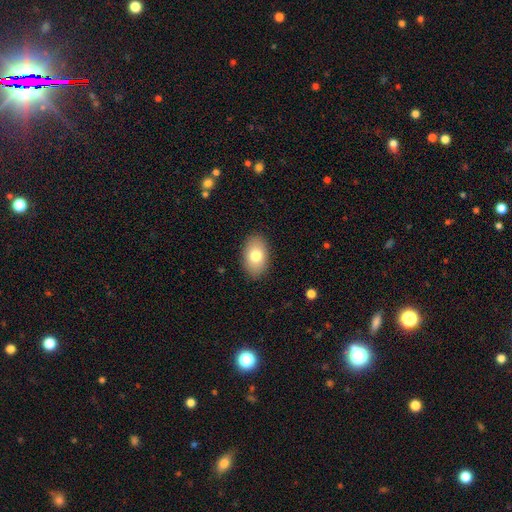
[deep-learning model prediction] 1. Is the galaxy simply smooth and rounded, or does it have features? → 77% smooth, 15% featured or disk, 8% star or artifact.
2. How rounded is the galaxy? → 90% in between, 9% round, 1% cigar-shaped.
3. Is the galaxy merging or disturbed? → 88% none, 9% minor disturbance, 2% major disturbance, 1% merger.